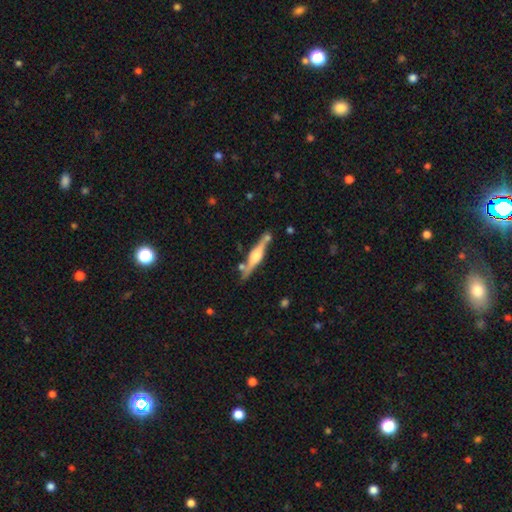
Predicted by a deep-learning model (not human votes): Smooth or featured: featured or disk — 73% (smooth — 22%)
Edge-on disk: yes — 97% (no — 3%)
Edge-on bulge: rounded — 86% (boxy — 10%)
Merging: none — 77% (minor disturbance — 12%)